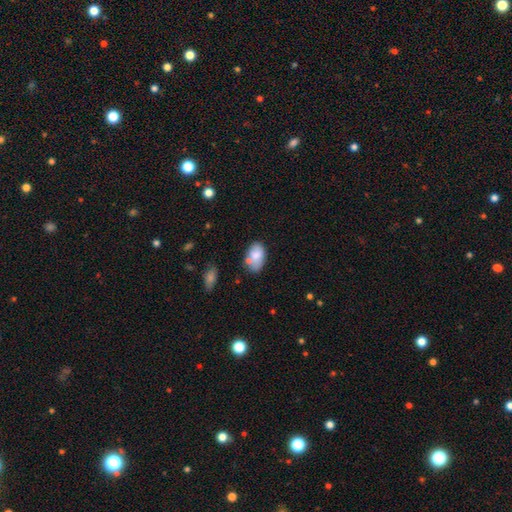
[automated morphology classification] smooth 77%, featured or disk 16%, star or artifact 7%. Down the decision tree: how rounded — in between (90%); merging — none (53%).